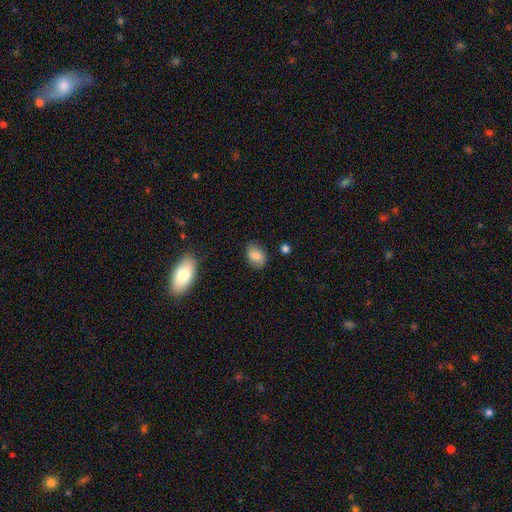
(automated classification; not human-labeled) This is clearly a smooth galaxy (83%). How rounded: likely in between (77%). Merging: likely none (76%).